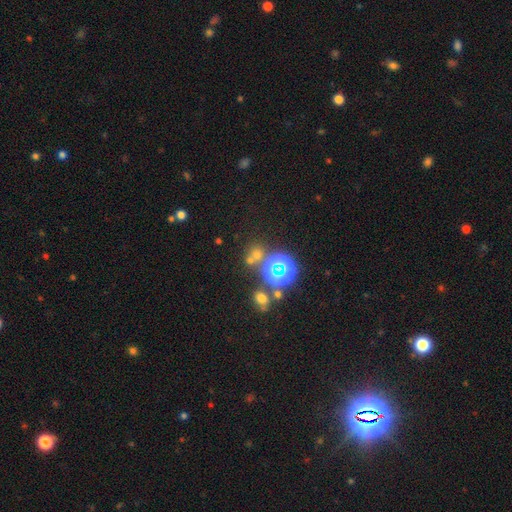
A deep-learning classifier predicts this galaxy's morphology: Q: Smooth or featured?
A: smooth (51%); runner-up: star or artifact (41%)
Q: How rounded?
A: round (85%); runner-up: in between (14%)
Q: Merging?
A: none (66%); runner-up: merger (20%)